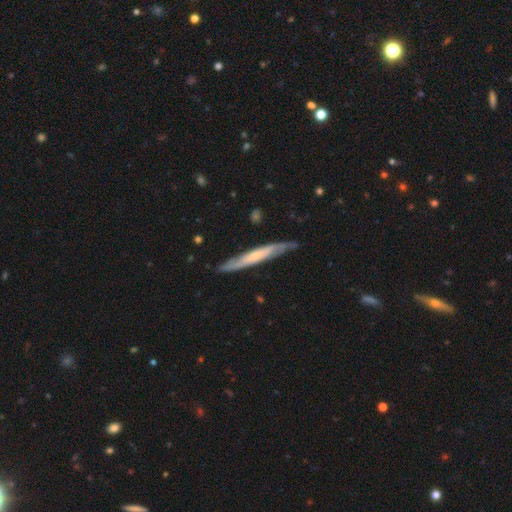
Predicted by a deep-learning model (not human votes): smooth-or-featured: featured or disk: 62% | smooth: 33% | star or artifact: 5%
  disk-edge-on: yes: 73% | no: 27%
  merging: none: 77% | minor disturbance: 18% | major disturbance: 3% | merger: 2%